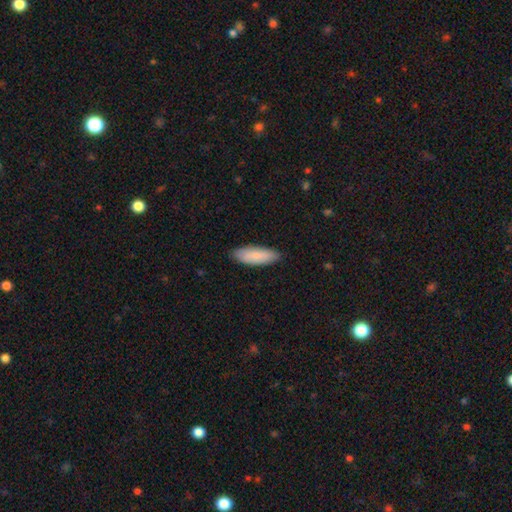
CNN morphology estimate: smooth 85%, featured or disk 10%, star or artifact 5%. Down the decision tree: how rounded — in between (61%); merging — none (87%).